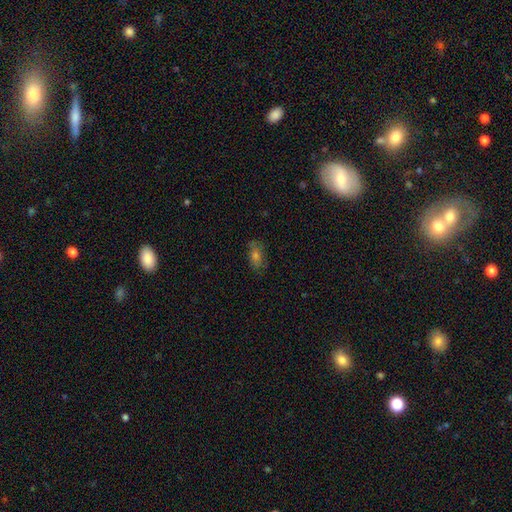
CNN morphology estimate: smooth 53%, featured or disk 26%, star or artifact 21%. Down the decision tree: how rounded — in between (78%); merging — none (77%).